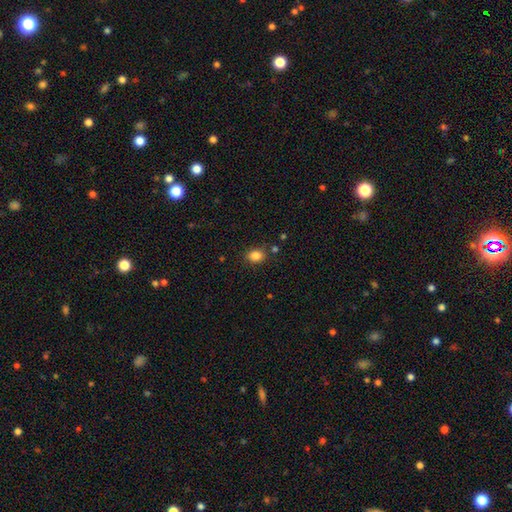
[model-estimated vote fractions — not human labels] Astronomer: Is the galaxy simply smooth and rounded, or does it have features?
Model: smooth — 84%.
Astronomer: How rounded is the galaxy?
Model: round — 51% (runner-up: in between, 48%).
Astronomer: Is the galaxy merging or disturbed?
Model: none — 82%.